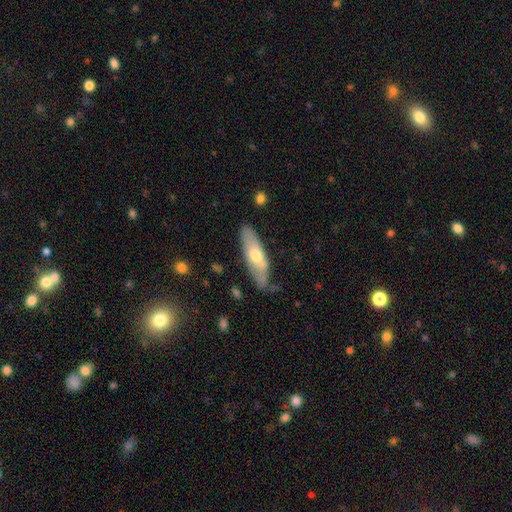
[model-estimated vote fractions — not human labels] Morphology: type=smooth (54%); roundness=in between (50%); merging=none (67%).